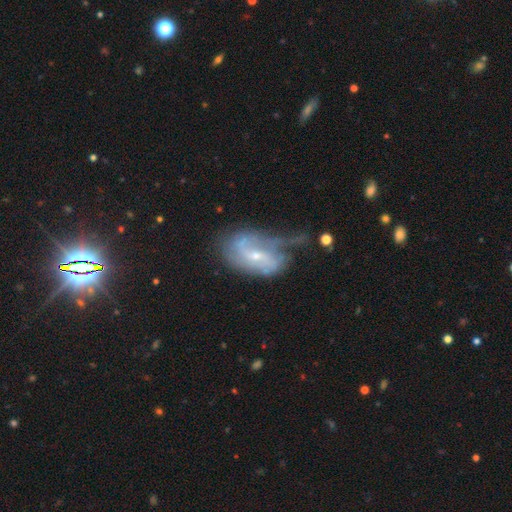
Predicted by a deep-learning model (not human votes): Overall: featured or disk (76%). Edge-on disk: no (95%). Bar: weak (46%; no 37%). Spiral arms: yes (86%). Spiral arm count: 2 (52%; can't tell 26%). Spiral winding: loose (39%; medium 37%). Bulge size: small (68%; moderate 28%). Merging: none (33%; minor disturbance 31%).